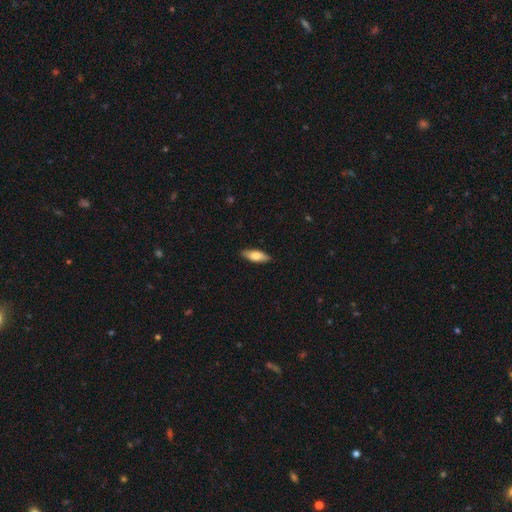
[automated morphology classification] smooth_or_featured: smooth (p=0.72) [alt: featured or disk p=0.22]
how_rounded: in between (p=0.65) [alt: cigar-shaped p=0.32]
merging: none (p=0.87) [alt: minor disturbance p=0.10]